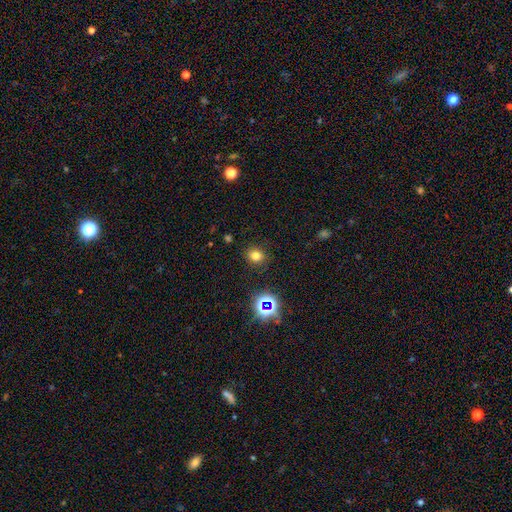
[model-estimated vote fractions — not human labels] Morphology: type=smooth (72%); roundness=round (67%); merging=none (87%).